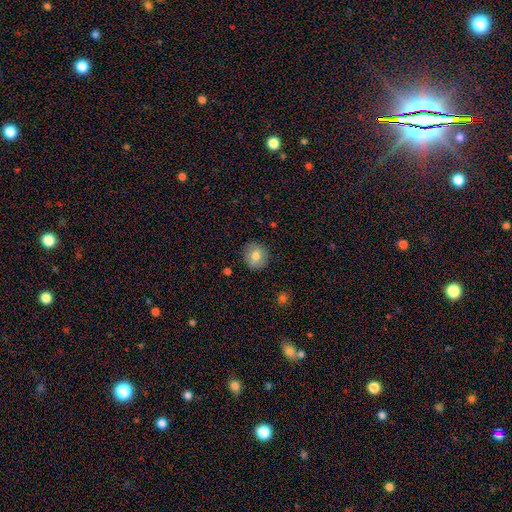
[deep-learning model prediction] Morphology: type=smooth (75%); roundness=round (85%); merging=none (88%).